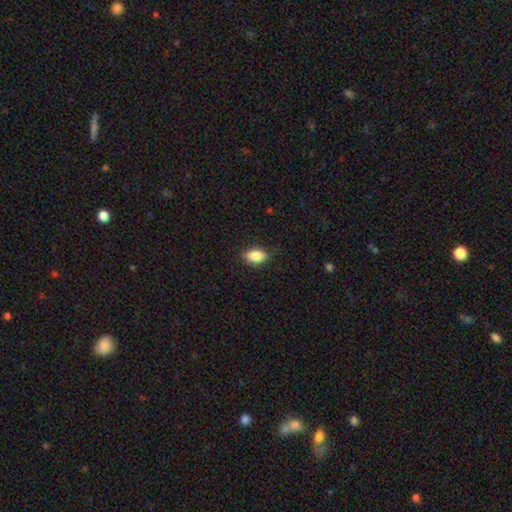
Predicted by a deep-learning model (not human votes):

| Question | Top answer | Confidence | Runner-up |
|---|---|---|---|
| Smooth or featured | smooth | 86% | star or artifact (8%) |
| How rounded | in between | 88% | round (9%) |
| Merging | none | 83% | minor disturbance (14%) |